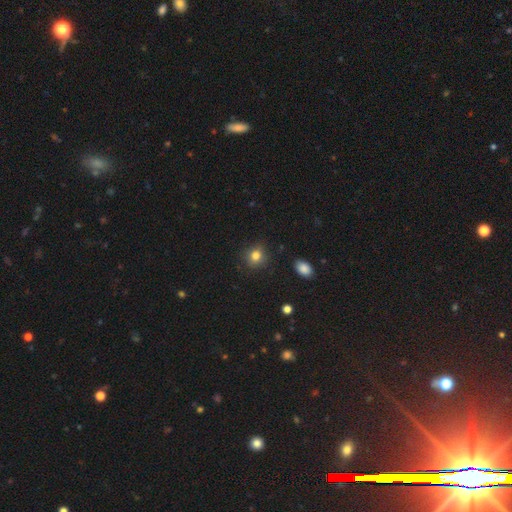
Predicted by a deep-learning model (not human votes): Smooth or featured: smooth — 82% (star or artifact — 12%)
How rounded: round — 78% (in between — 21%)
Merging: none — 85% (minor disturbance — 11%)